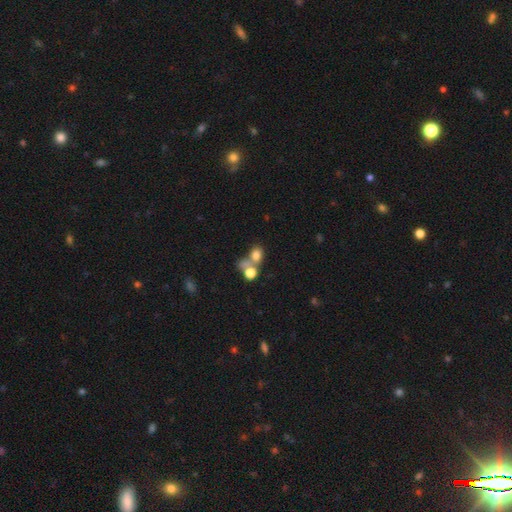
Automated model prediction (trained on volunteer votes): Smooth or featured?
  - smooth: 52% *
  - star or artifact: 28%
  - featured or disk: 19%
How rounded?
  - round: 59% *
  - in between: 36%
  - cigar-shaped: 5%
Merging?
  - none: 43% * (tied)
  - merger: 43% * (tied)
  - minor disturbance: 9%
  - major disturbance: 6%